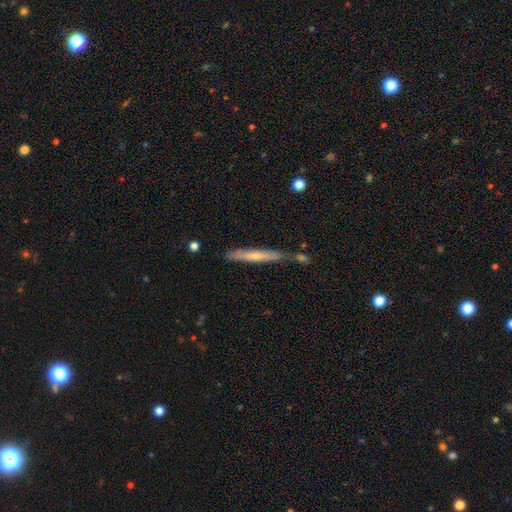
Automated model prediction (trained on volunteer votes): A featured or disk galaxy (55%) viewed edge-on (90%).

Vote fractions:
- Smooth or featured? featured or disk: 55% / smooth: 39% / star or artifact: 6%
- Edge-on disk? yes: 90% / no: 10%
- Merging? none: 67% / minor disturbance: 18% / merger: 11% / major disturbance: 4%